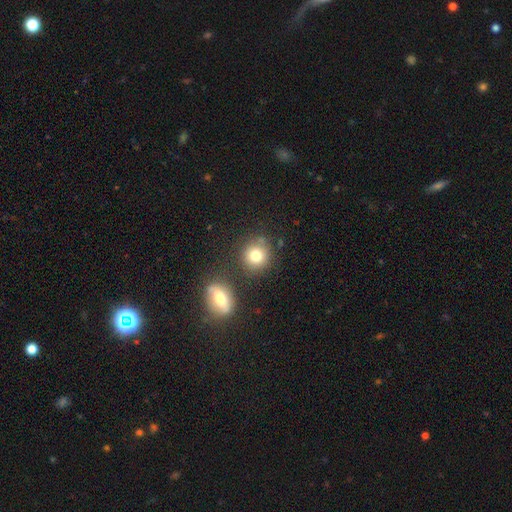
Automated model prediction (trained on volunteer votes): A smooth galaxy with no disk features (78%) that is round (87%).

Vote fractions:
- Smooth or featured? smooth: 78% / featured or disk: 11% / star or artifact: 11%
- How rounded? round: 87% / in between: 12% / cigar-shaped: 1%
- Merging? none: 73% / merger: 13% / minor disturbance: 10% / major disturbance: 3%